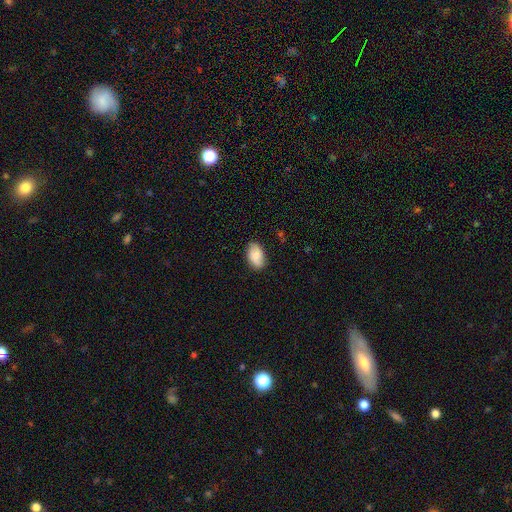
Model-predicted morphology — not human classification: This appears to be a smooth galaxy with no disk features (76%) that is in between round and cigar-shaped (92%). Merging: none (80%).